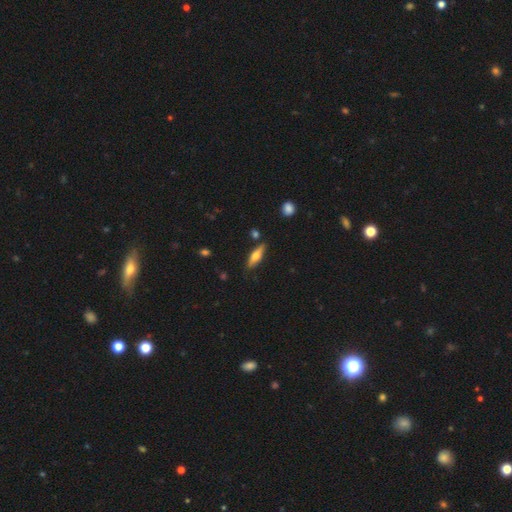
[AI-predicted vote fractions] Overall: smooth (49%; featured or disk 44%). Merging: none (81%).